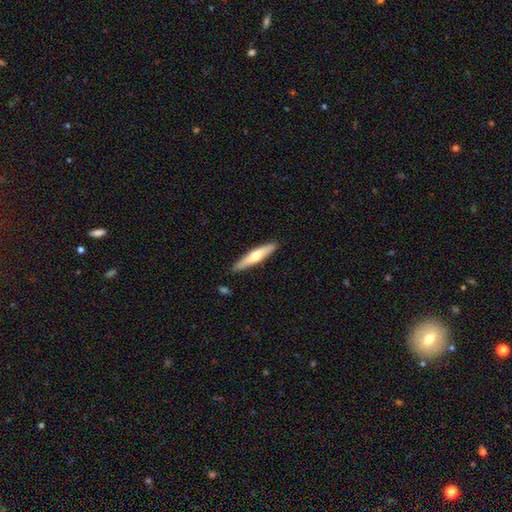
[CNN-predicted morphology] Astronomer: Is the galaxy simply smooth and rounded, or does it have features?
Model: smooth — 52% (runner-up: featured or disk, 43%).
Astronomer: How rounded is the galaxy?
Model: cigar-shaped — 84%.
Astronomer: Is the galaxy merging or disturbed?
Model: none — 87%.